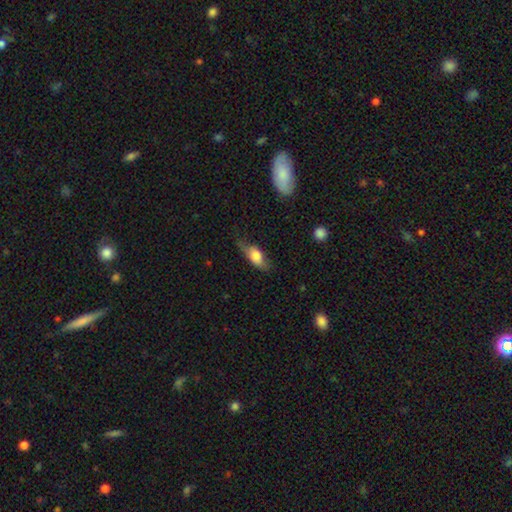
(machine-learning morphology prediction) The model was most divided on "merging": none: 50%, minor disturbance: 33%, major disturbance: 15%, merger: 2%. More confident: how rounded — in between (77%); smooth or featured — smooth (68%).